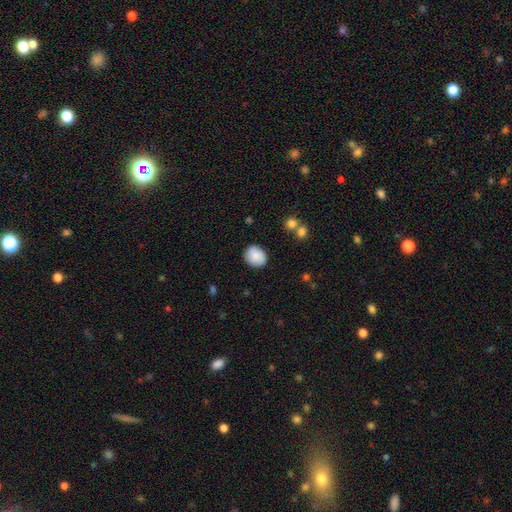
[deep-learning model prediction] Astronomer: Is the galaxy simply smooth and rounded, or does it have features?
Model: smooth — 86%.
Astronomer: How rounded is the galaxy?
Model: round — 62%.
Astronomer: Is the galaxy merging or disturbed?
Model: none — 84%.